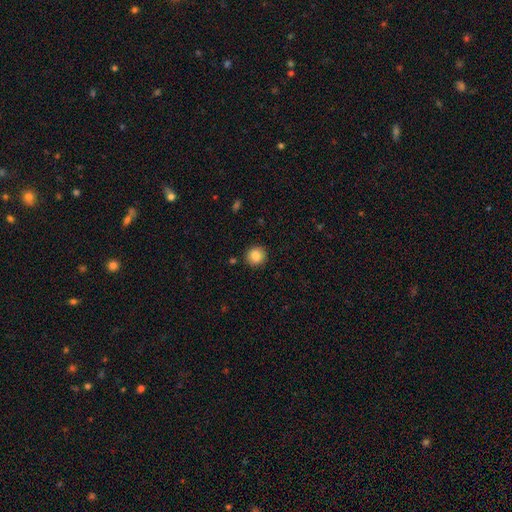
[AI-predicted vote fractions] smooth-or-featured: smooth: 85% | star or artifact: 9% | featured or disk: 6%
  how-rounded: round: 91% | in between: 8% | cigar-shaped: 1%
  merging: none: 91% | minor disturbance: 6% | major disturbance: 2% | merger: 1%